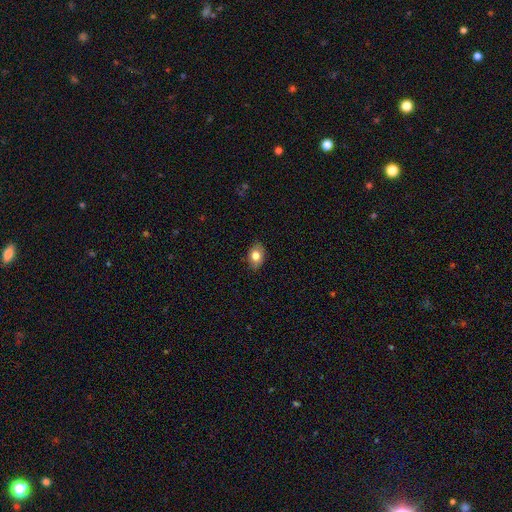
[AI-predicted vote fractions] This appears to be a smooth galaxy with no disk features (79%) that is in between round and cigar-shaped (78%). Merging: none (84%).